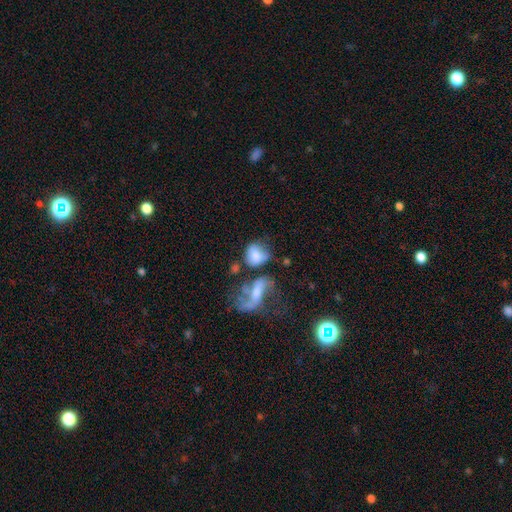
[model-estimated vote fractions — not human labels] Smooth or featured? Predicted: smooth (p=0.63). How rounded? Predicted: in between (p=0.55). Merging? Predicted: none (p=0.31).